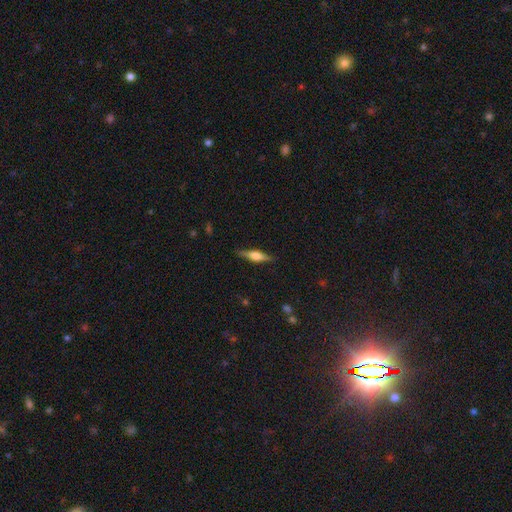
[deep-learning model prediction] Q: Smooth or featured?
A: featured or disk (61%); runner-up: smooth (32%)
Q: Edge-on disk?
A: yes (96%); runner-up: no (4%)
Q: Edge-on bulge?
A: rounded (80%); runner-up: boxy (17%)
Q: Merging?
A: none (87%); runner-up: minor disturbance (10%)